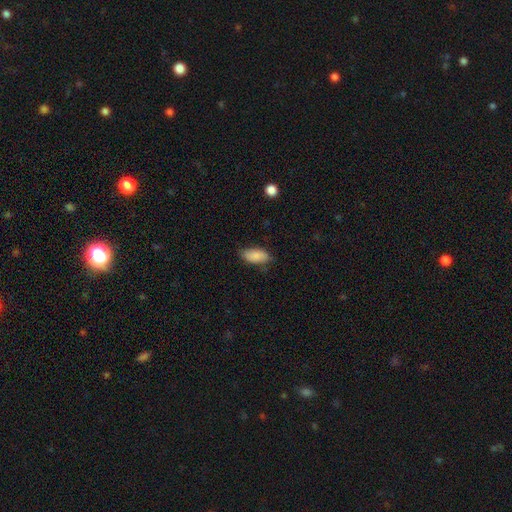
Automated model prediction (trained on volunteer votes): smooth 87%, featured or disk 7%, star or artifact 6%. Down the decision tree: how rounded — in between (90%); merging — none (77%).